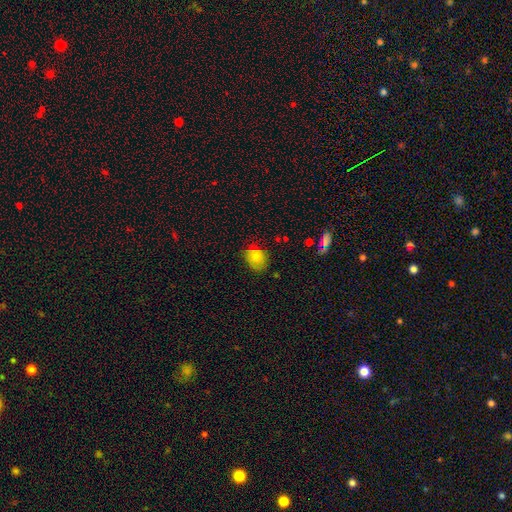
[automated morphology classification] smooth_or_featured: smooth (p=0.76) [alt: star or artifact p=0.14]
how_rounded: round (p=0.58) [alt: in between p=0.41]
merging: none (p=0.68) [alt: minor disturbance p=0.24]